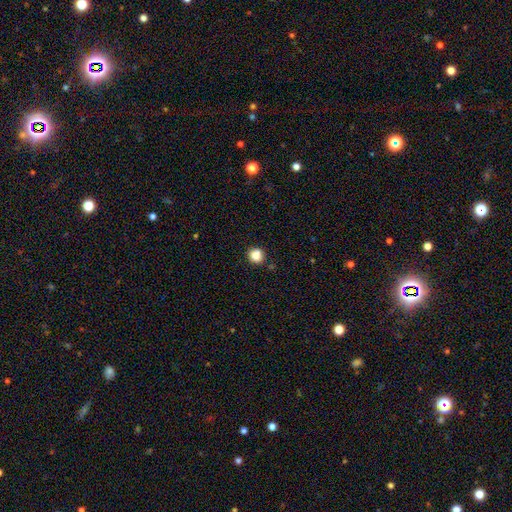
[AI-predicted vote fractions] The model was most divided on "merging": none: 84%, minor disturbance: 10%, merger: 3%, major disturbance: 3%. More confident: how rounded — round (88%); smooth or featured — smooth (85%).